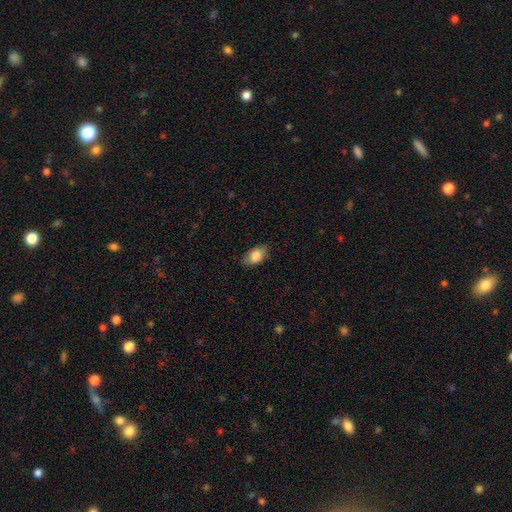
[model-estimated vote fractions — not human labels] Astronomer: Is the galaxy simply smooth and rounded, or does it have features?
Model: smooth — 82%.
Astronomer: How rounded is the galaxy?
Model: in between — 88%.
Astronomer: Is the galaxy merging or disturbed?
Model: none — 75%.